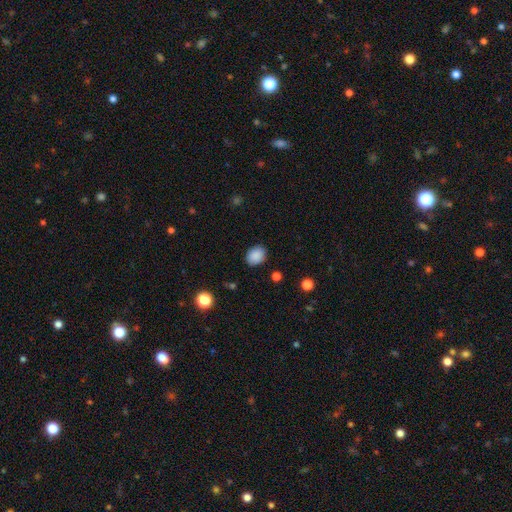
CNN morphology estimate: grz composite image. It shows a smooth galaxy with no disk features (88%) that is in between round and cigar-shaped (57%). Merging: none (86%).